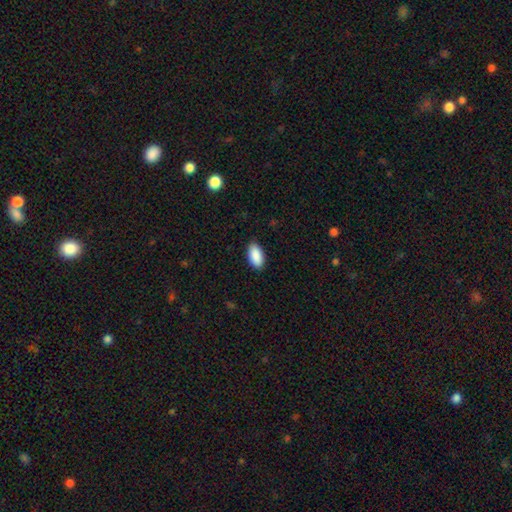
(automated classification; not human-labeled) Overall: smooth (91%). How rounded: in between (95%). Merging: none (89%).